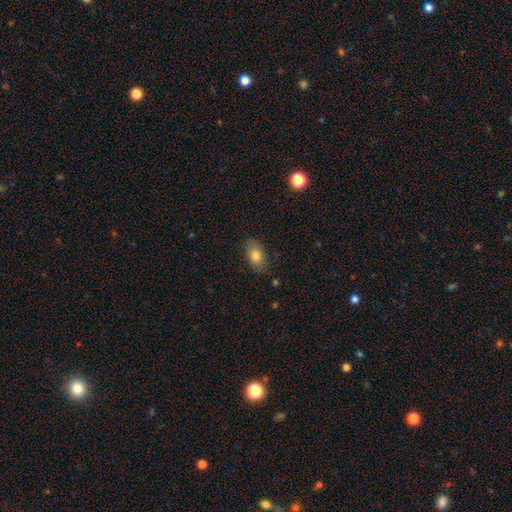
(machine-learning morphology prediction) The model was most divided on "merging": none: 80%, minor disturbance: 15%, major disturbance: 3%, merger: 1%. More confident: how rounded — in between (88%); smooth or featured — smooth (78%).